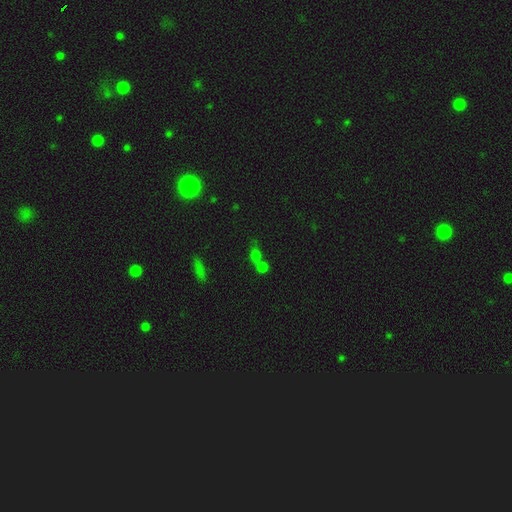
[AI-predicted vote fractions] Q: Smooth or featured?
A: smooth (64%); runner-up: star or artifact (25%)
Q: How rounded?
A: round (60%); runner-up: in between (35%)
Q: Merging?
A: merger (46%); runner-up: none (40%)